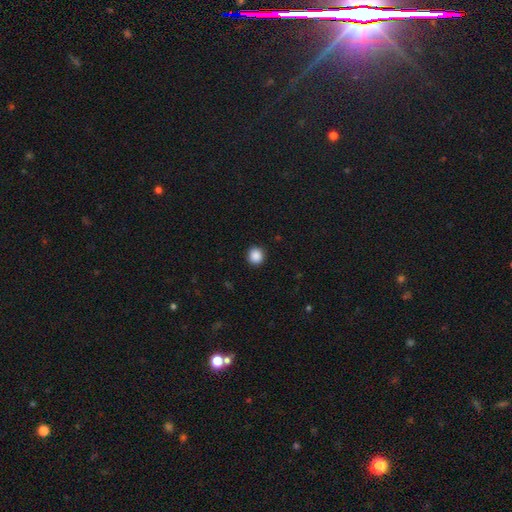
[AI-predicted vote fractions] Overall: smooth (88%). How rounded: round (90%). Merging: none (92%).